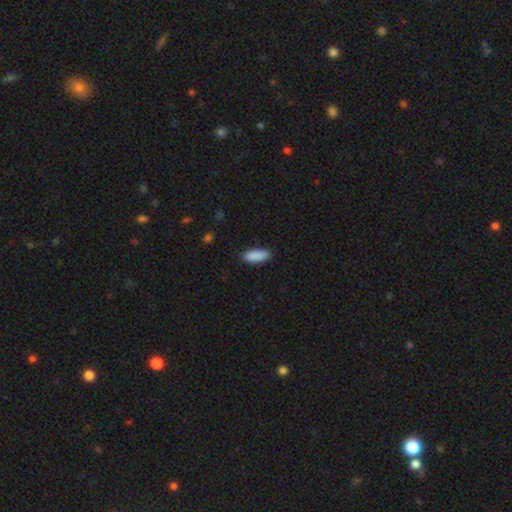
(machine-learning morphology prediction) type=smooth (90%); roundness=in between (68%); merging=none (85%).